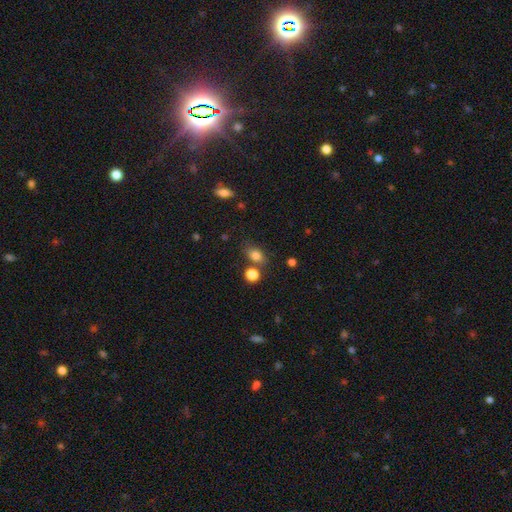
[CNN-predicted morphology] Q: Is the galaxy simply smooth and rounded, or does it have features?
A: smooth — 80%.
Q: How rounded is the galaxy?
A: in between — 69%.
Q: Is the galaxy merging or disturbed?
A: none — 67%.